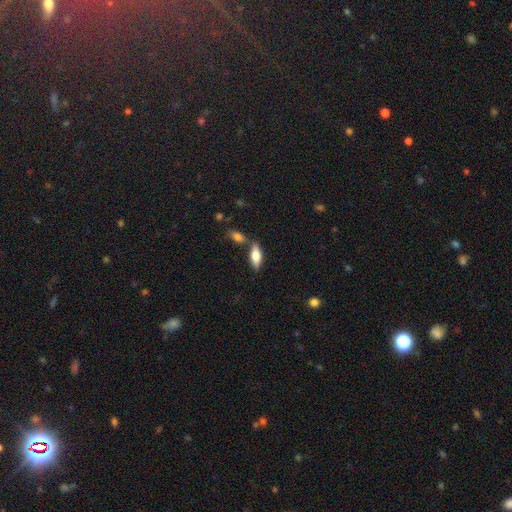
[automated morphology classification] Smooth or featured?
  - smooth: 69% *
  - featured or disk: 25%
  - star or artifact: 6%
How rounded?
  - in between: 70% *
  - cigar-shaped: 28%
  - round: 2%
Merging?
  - none: 67% *
  - merger: 17%
  - minor disturbance: 12%
  - major disturbance: 3%